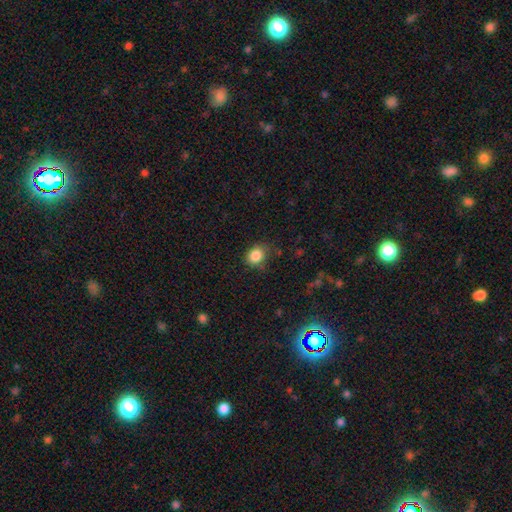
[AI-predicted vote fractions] This is clearly a smooth galaxy (85%). How rounded: possibly round (58%). Merging: likely none (70%).